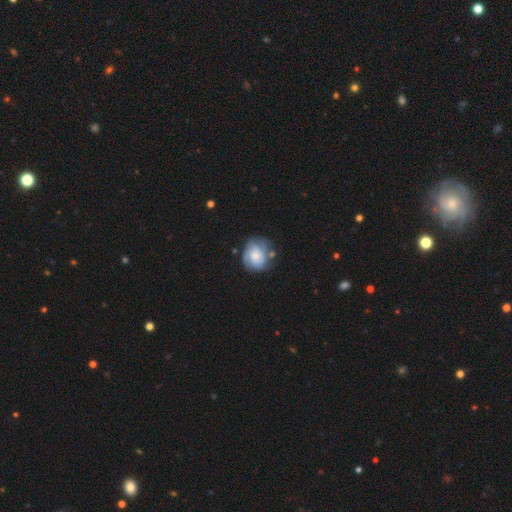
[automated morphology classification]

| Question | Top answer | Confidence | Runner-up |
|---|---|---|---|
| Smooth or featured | featured or disk | 50% | smooth (42%) |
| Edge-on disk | no | 98% | yes (2%) |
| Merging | none | 61% | minor disturbance (24%) |